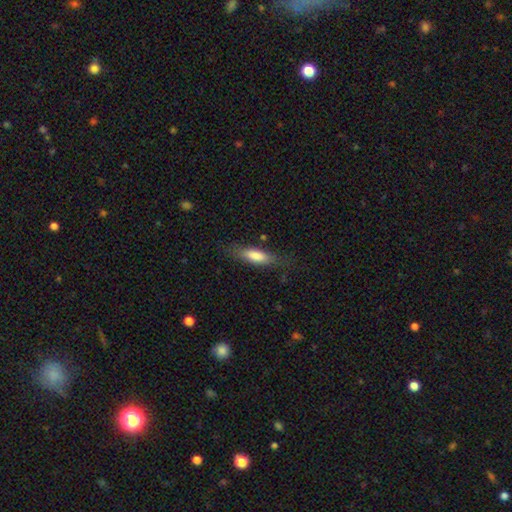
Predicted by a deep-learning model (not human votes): smooth_or_featured: smooth (p=0.74) [alt: featured or disk p=0.19]
how_rounded: cigar-shaped (p=0.57) [alt: in between p=0.42]
merging: none (p=0.76) [alt: minor disturbance p=0.17]